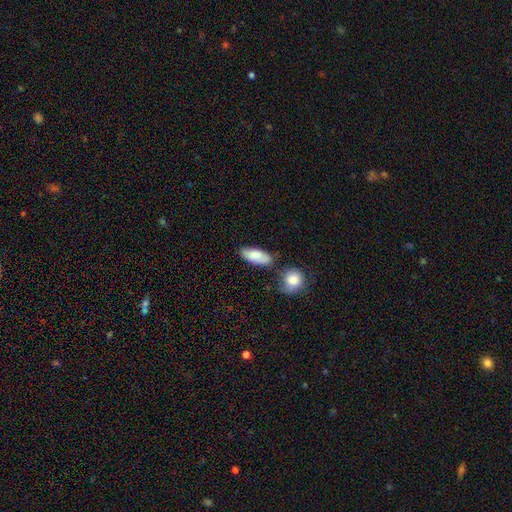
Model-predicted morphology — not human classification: A smooth galaxy with no disk features (82%) that is in between round and cigar-shaped (83%).

Vote fractions:
- Smooth or featured? smooth: 82% / featured or disk: 12% / star or artifact: 6%
- How rounded? in between: 83% / cigar-shaped: 14% / round: 4%
- Merging? none: 66% / minor disturbance: 18% / merger: 12% / major disturbance: 5%